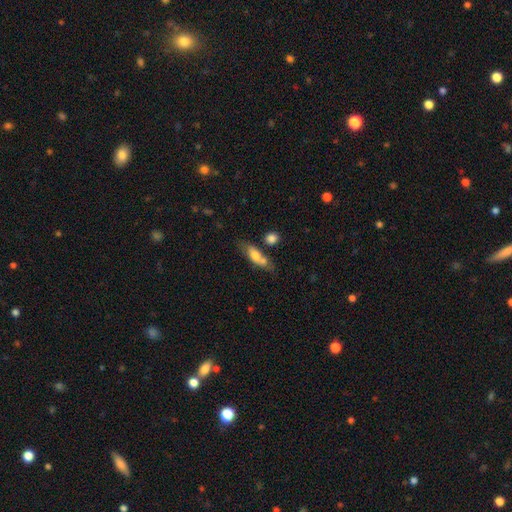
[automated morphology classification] Smooth or featured? smooth (65%)
How rounded? in between (55%)
Merging? none (50%)